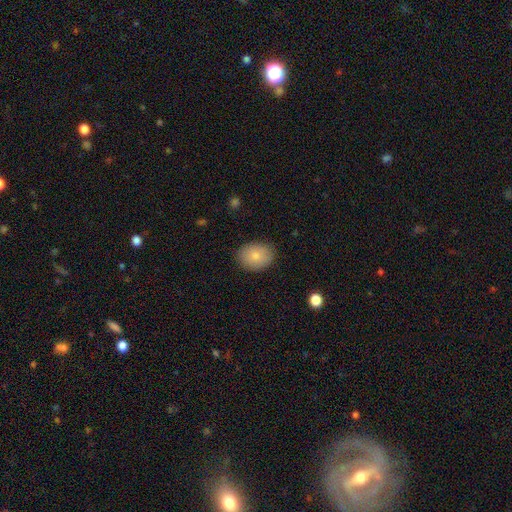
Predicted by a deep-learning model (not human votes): Q: Smooth or featured?
A: smooth (82%); runner-up: featured or disk (11%)
Q: How rounded?
A: in between (60%); runner-up: round (39%)
Q: Merging?
A: none (85%); runner-up: minor disturbance (11%)